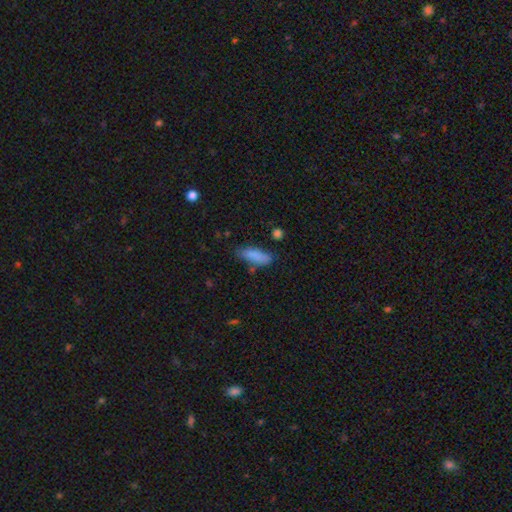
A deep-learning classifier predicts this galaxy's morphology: Smooth or featured? smooth (85%)
How rounded? in between (61%)
Merging? none (67%)